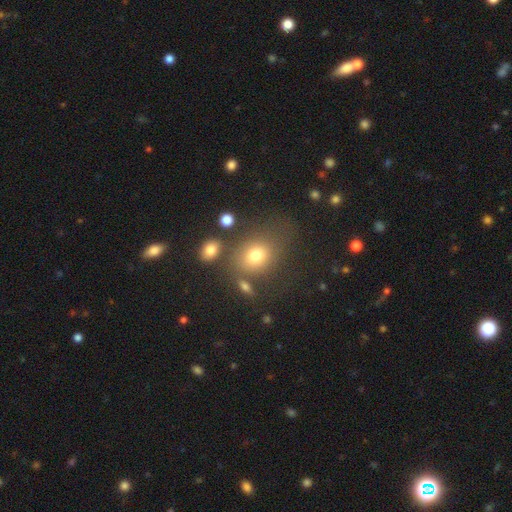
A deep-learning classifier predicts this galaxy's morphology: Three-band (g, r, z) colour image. It shows a smooth galaxy with no disk features (73%) that is round (50%). Merging: none (61%).